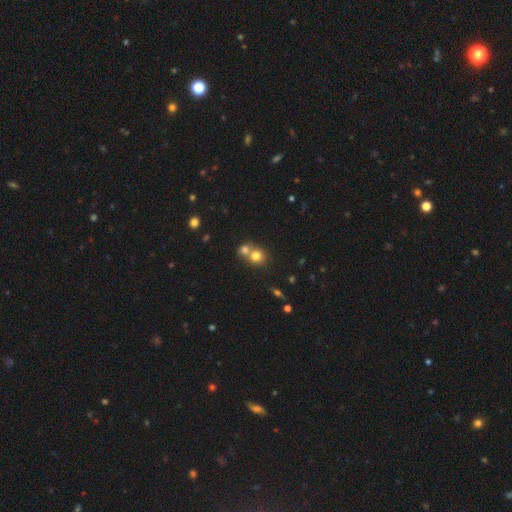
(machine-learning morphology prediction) Smooth or featured: smooth — 75% (star or artifact — 13%)
How rounded: round — 82% (in between — 17%)
Merging: merger — 52% (none — 40%)